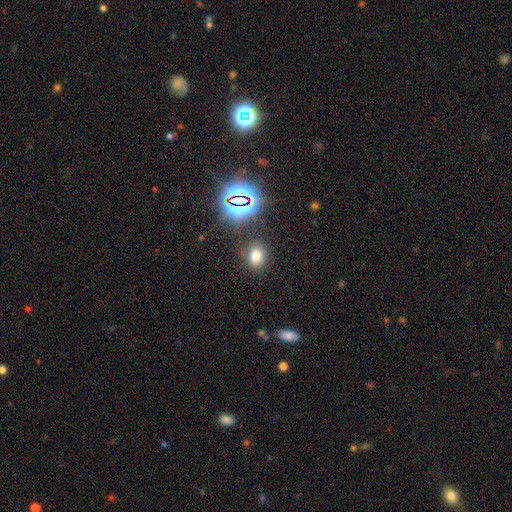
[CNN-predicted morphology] Smooth or featured? Predicted: smooth (p=0.71). How rounded? Predicted: in between (p=0.52). Merging? Predicted: none (p=0.80).